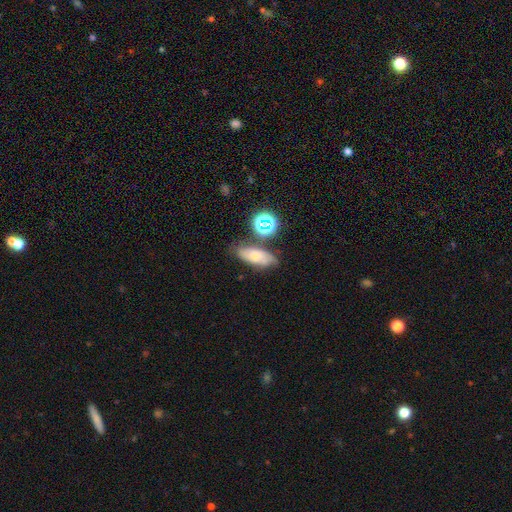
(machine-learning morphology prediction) smooth-or-featured: smooth: 56% | featured or disk: 26% | star or artifact: 18%
  how-rounded: in between: 74% | cigar-shaped: 15% | round: 11%
  merging: none: 65% | minor disturbance: 19% | merger: 10% | major disturbance: 6%